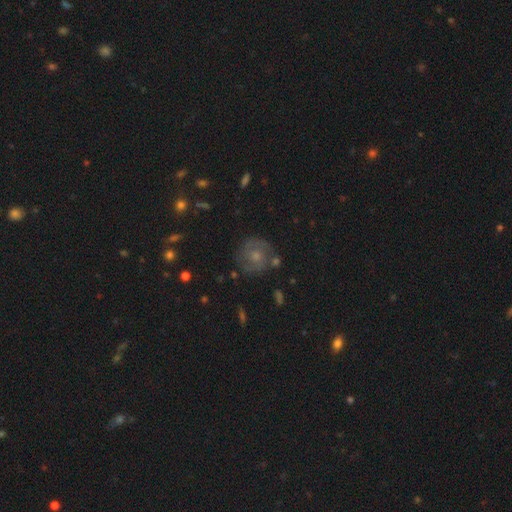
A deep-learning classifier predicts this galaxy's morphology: featured or disk 61%, smooth 28%, star or artifact 12%. Down the decision tree: edge-on disk — no (97%); bar — no (73%); spiral arms — yes (83%); bulge size — moderate (50%); merging — none (76%).